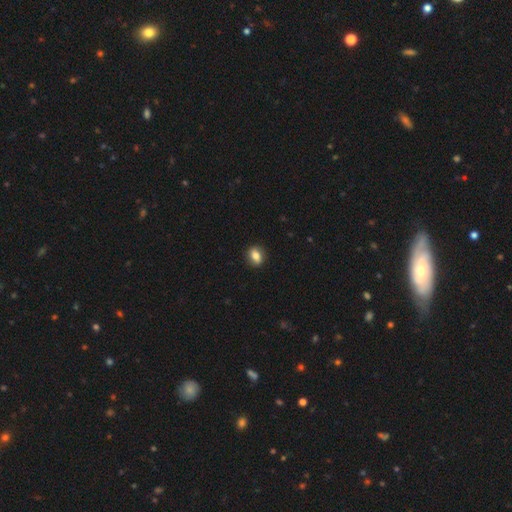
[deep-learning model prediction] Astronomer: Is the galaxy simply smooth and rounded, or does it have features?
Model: smooth — 79%.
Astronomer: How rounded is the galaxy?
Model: in between — 63%.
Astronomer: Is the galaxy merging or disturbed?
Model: none — 88%.